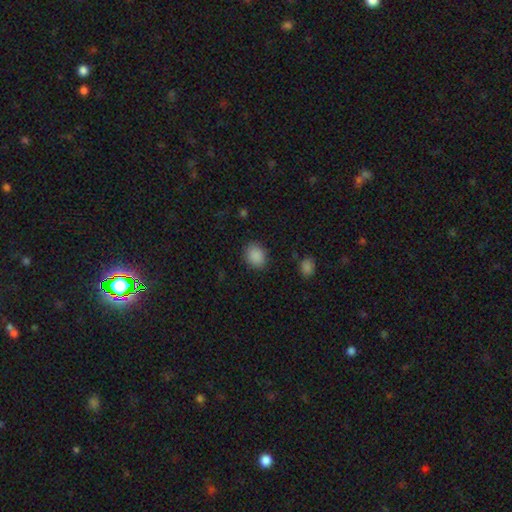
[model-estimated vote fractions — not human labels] A smooth galaxy with no disk features (88%) that is round (54%).

Vote fractions:
- Smooth or featured? smooth: 88% / star or artifact: 9% / featured or disk: 3%
- How rounded? round: 54% / in between: 45% / cigar-shaped: 1%
- Merging? none: 84% / minor disturbance: 11% / major disturbance: 3% / merger: 1%